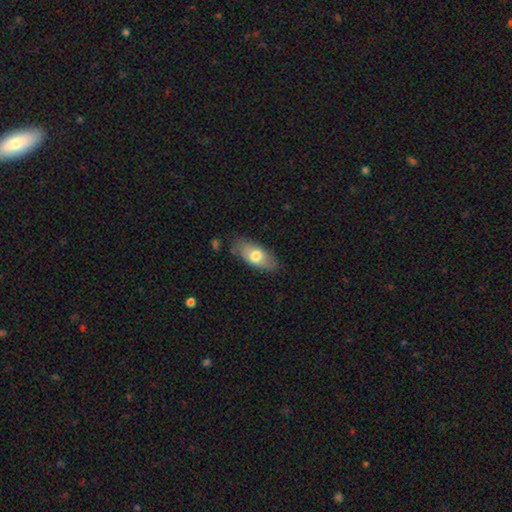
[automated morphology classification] smooth 70%, featured or disk 24%, star or artifact 6%. Down the decision tree: how rounded — in between (88%); merging — none (77%).